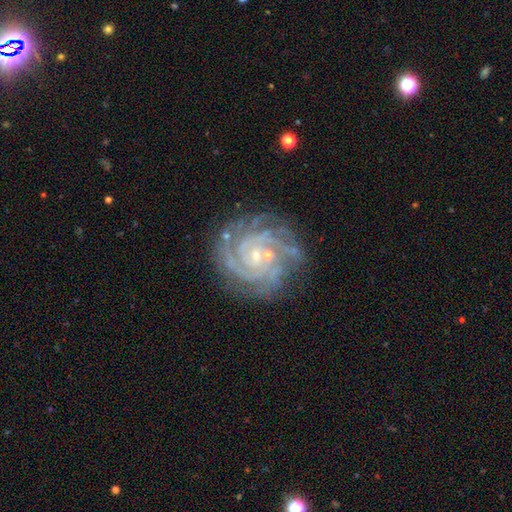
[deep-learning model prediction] Smooth or featured? Predicted: featured or disk (p=0.90). Edge-on disk? Predicted: no (p=0.98). Bar? Predicted: no (p=0.64). Spiral arms? Predicted: yes (p=0.99). Spiral winding? Predicted: tight (p=0.80). Spiral arm count? Predicted: 4 (p=0.28). Bulge size? Predicted: small (p=0.77). Merging? Predicted: none (p=0.75).